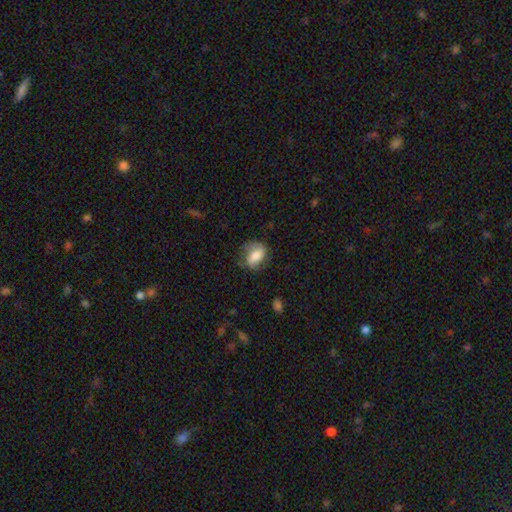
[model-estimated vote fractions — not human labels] The model was most divided on "merging": none: 59%, minor disturbance: 27%, major disturbance: 13%, merger: 2%. More confident: how rounded — in between (80%); smooth or featured — smooth (65%).